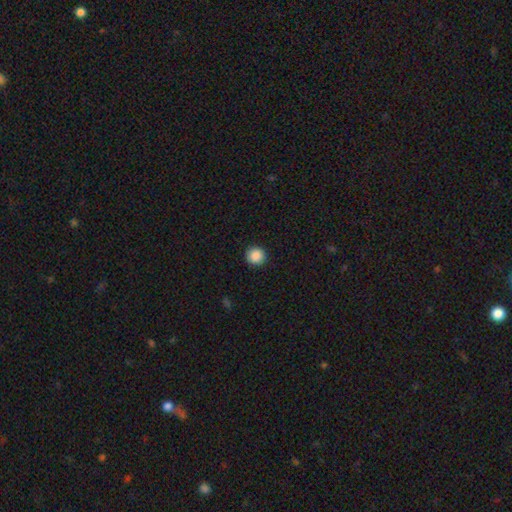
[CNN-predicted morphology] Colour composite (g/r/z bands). It shows a smooth galaxy with no disk features (88%) that is round (94%). Merging: none (92%).